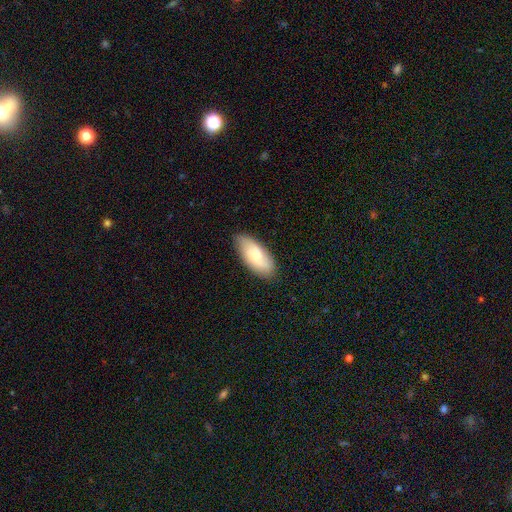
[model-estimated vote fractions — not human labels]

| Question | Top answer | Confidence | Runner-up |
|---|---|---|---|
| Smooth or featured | smooth | 67% | featured or disk (27%) |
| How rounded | in between | 87% | cigar-shaped (11%) |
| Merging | none | 82% | minor disturbance (15%) |